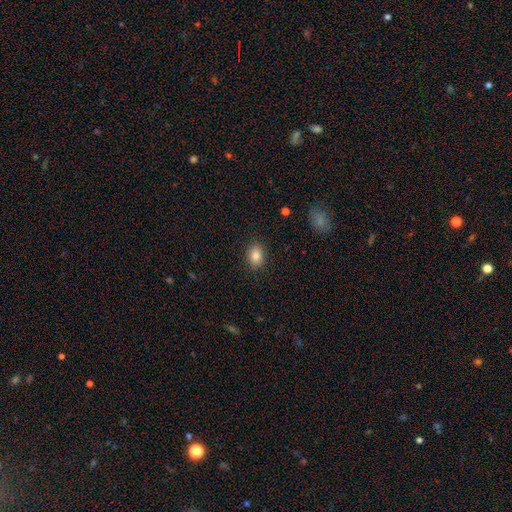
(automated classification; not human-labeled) smooth_or_featured: smooth (p=0.85) [alt: star or artifact p=0.09]
how_rounded: in between (p=0.71) [alt: round p=0.28]
merging: none (p=0.88) [alt: minor disturbance p=0.09]